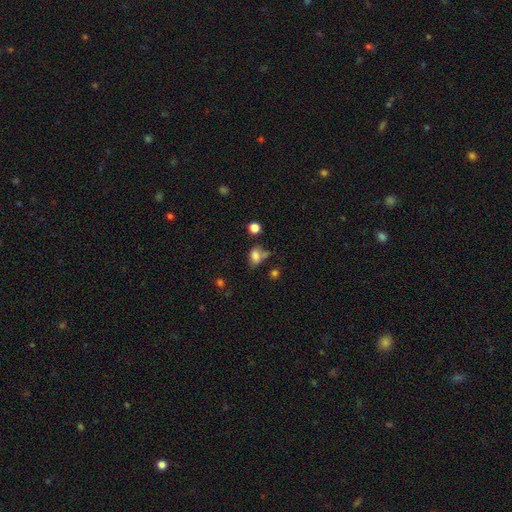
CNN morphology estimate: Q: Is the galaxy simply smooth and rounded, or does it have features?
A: smooth — 76%.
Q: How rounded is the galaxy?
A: in between — 78%.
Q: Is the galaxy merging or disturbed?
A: none — 42%.